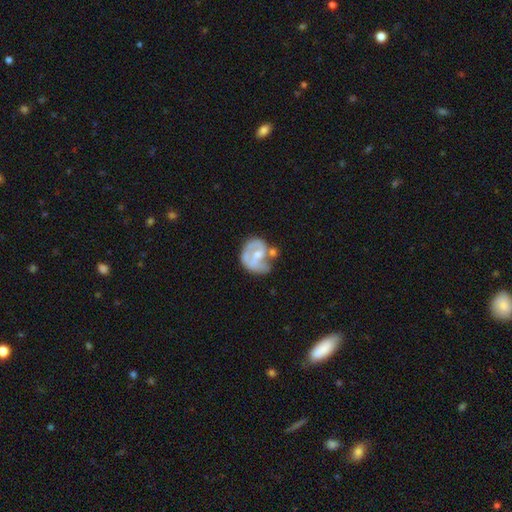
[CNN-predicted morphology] This appears to be a featured or disk galaxy (61%) with no bar (50%), spiral arms (52%) and a moderate central bulge (48%). Merging: none (31%).